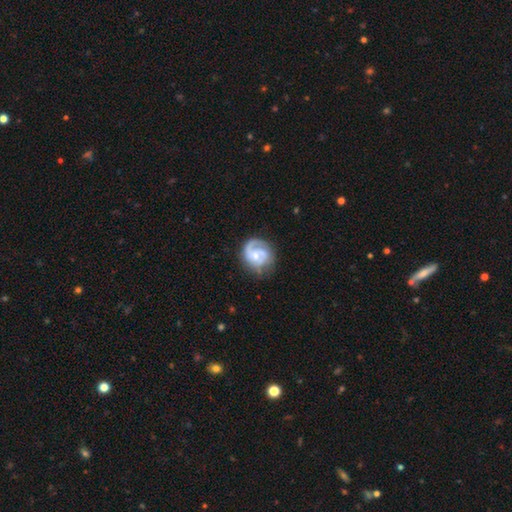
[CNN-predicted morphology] Smooth or featured?
  - featured or disk: 79% *
  - smooth: 16%
  - star or artifact: 5%
Edge-on disk?
  - no: 98% *
  - yes: 2%
Bar?
  - no: 64% *
  - weak: 30%
  - strong: 5%
Spiral arms?
  - yes: 94% *
  - no: 6%
Spiral winding?
  - medium: 44% *
  - tight: 36%
  - loose: 20%
Spiral arm count?
  - 2: 52% *
  - 1: 30%
  - can't tell: 8%
  - 3: 6%
  - 4: 2%
  - more than 4: 2%
Bulge size?
  - small: 50% *
  - moderate: 44%
  - none: 3%
  - large: 2%
  - dominant: 1%
Merging?
  - none: 69% *
  - minor disturbance: 19%
  - major disturbance: 10%
  - merger: 2%